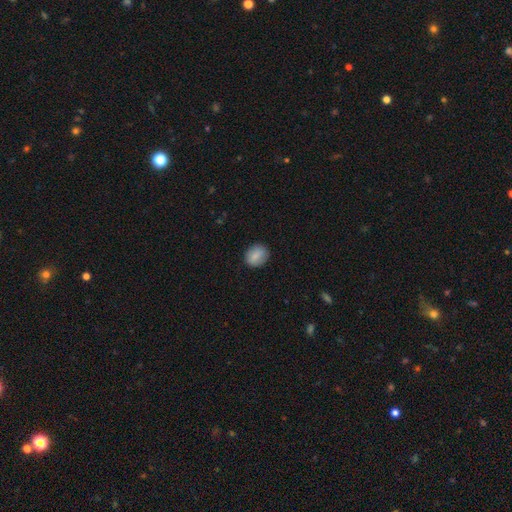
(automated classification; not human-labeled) smooth 85%, star or artifact 8%, featured or disk 7%. Down the decision tree: how rounded — round (59%); merging — none (87%).